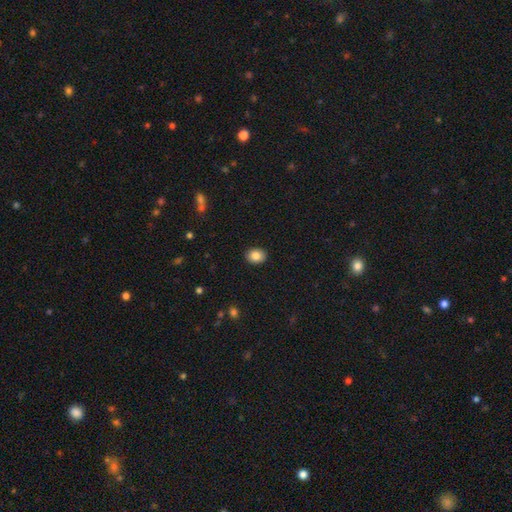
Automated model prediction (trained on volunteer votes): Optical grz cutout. It shows a smooth galaxy with no disk features (84%) that is in between round and cigar-shaped (53%). Merging: none (91%).